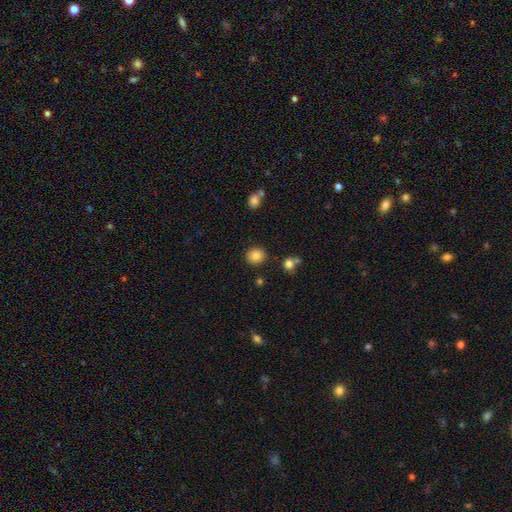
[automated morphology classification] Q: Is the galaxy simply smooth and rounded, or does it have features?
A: smooth — 85%.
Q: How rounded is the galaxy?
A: round — 83%.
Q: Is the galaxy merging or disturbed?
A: none — 88%.